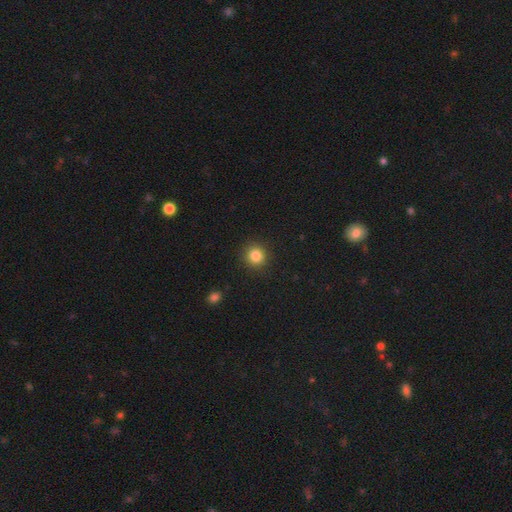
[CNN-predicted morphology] This is clearly a smooth galaxy (84%). How rounded: clearly round (92%). Merging: clearly none (91%).